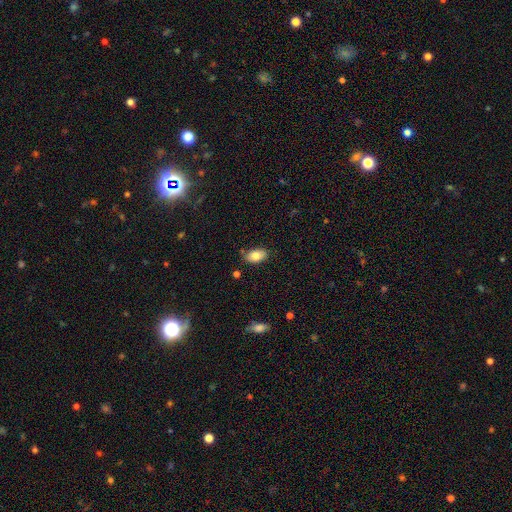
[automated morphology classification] Smooth or featured?
  - smooth: 79% *
  - featured or disk: 13%
  - star or artifact: 8%
How rounded?
  - in between: 93% *
  - round: 6%
  - cigar-shaped: 2%
Merging?
  - none: 78% *
  - minor disturbance: 16%
  - major disturbance: 3%
  - merger: 3%